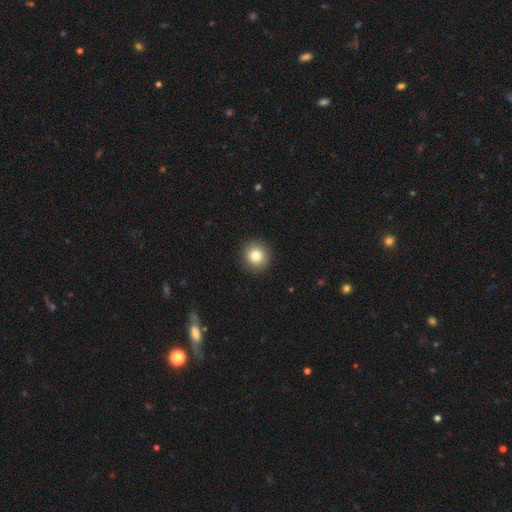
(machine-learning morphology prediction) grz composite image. It shows a smooth galaxy with no disk features (82%) that is round (92%). Merging: none (92%).